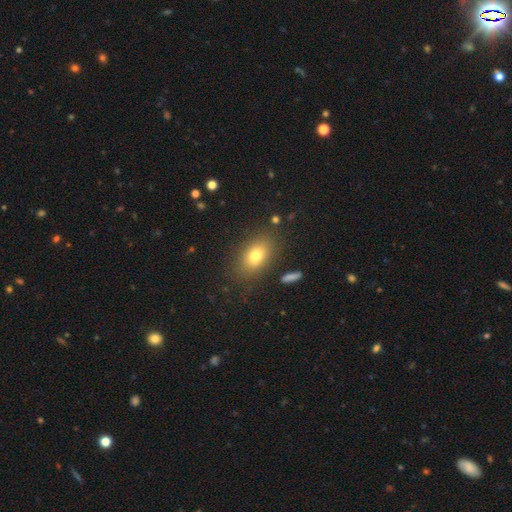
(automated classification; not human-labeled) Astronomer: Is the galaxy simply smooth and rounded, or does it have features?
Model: smooth — 75%.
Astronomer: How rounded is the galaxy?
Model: in between — 82%.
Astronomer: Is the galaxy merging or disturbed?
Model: none — 83%.